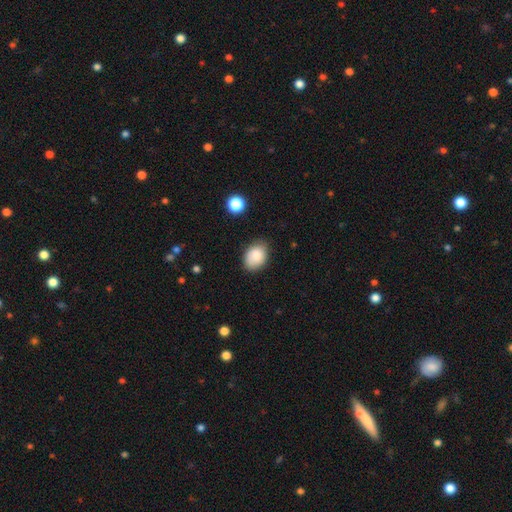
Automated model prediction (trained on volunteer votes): Smooth or featured? smooth (84%)
How rounded? in between (73%)
Merging? none (77%)